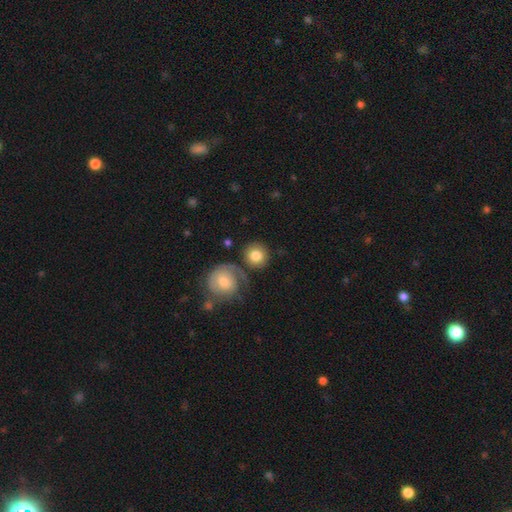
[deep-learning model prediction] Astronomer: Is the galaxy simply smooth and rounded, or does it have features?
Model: smooth — 80%.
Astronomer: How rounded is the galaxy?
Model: round — 93%.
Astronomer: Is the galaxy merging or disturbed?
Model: none — 71%.